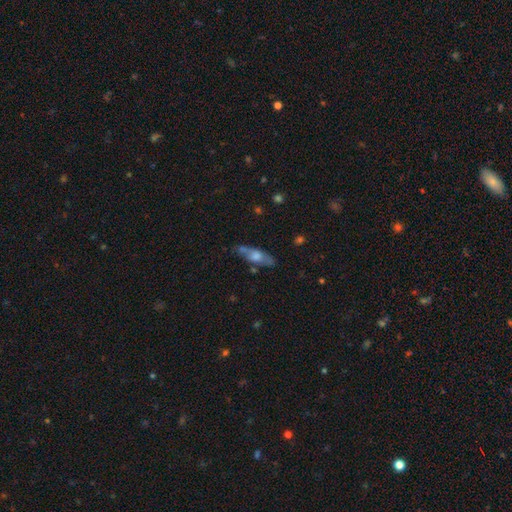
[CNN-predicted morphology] This appears to be a featured or disk galaxy (47%). Merging: none (66%).